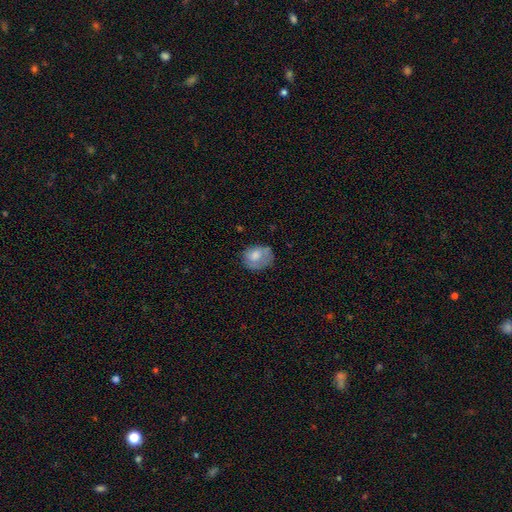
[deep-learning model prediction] A smooth galaxy with no disk features (70%) that is in between round and cigar-shaped (51%). Merging: none (50%).